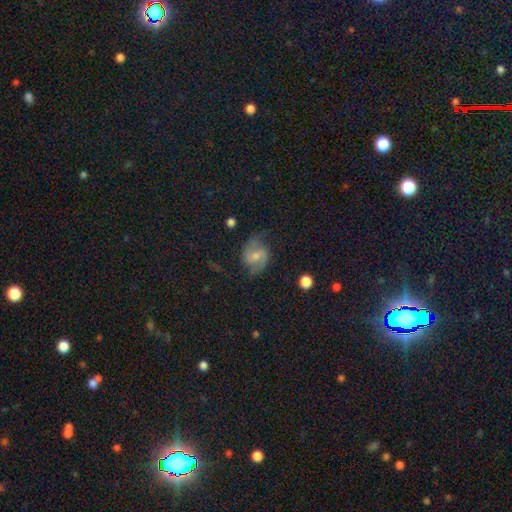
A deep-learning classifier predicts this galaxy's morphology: Smooth or featured? Predicted: featured or disk (p=0.75). Edge-on disk? Predicted: no (p=0.97). Bar? Predicted: weak (p=0.50). Spiral arms? Predicted: yes (p=0.94). Spiral winding? Predicted: medium (p=0.51). Spiral arm count? Predicted: 2 (p=0.91). Bulge size? Predicted: moderate (p=0.54). Merging? Predicted: none (p=0.72).